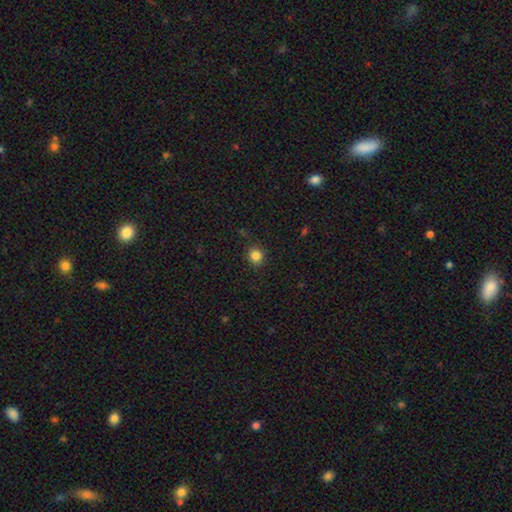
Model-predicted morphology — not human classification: smooth 85%, star or artifact 12%, featured or disk 4%. Down the decision tree: how rounded — round (86%); merging — none (88%).